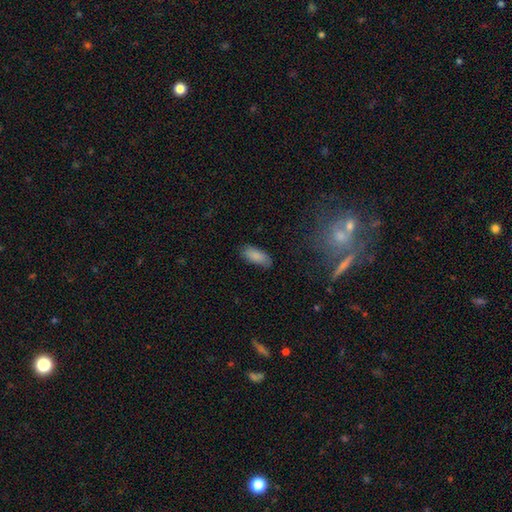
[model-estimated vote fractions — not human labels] This is clearly a smooth galaxy (87%). How rounded: clearly in between (84%). Merging: clearly none (81%).